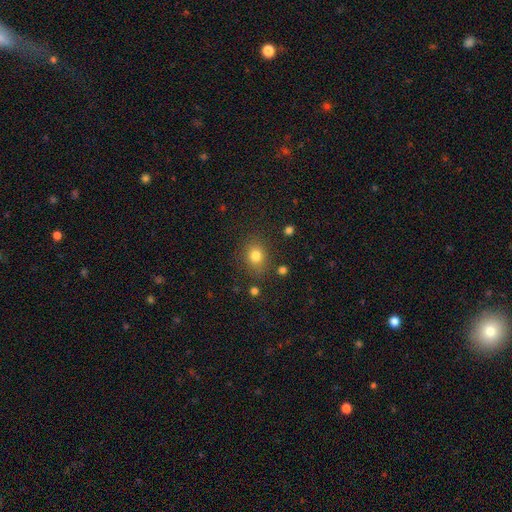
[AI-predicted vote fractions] Smooth or featured? smooth (80%)
How rounded? round (63%)
Merging? none (81%)